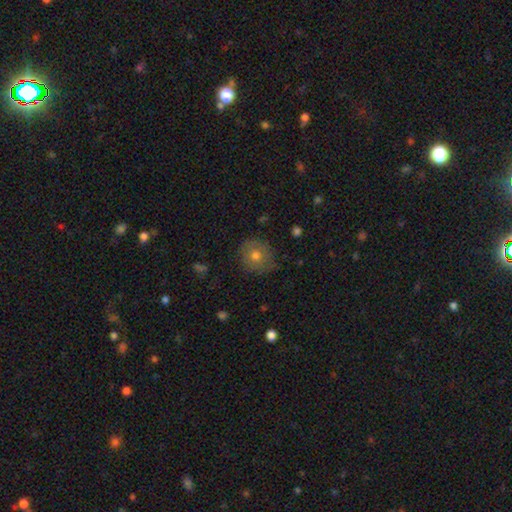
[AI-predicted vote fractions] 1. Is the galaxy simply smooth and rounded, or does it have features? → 69% smooth, 19% featured or disk, 12% star or artifact.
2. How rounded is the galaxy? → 88% round, 11% in between, 1% cigar-shaped.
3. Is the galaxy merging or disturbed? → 80% none, 15% minor disturbance, 4% major disturbance, 1% merger.